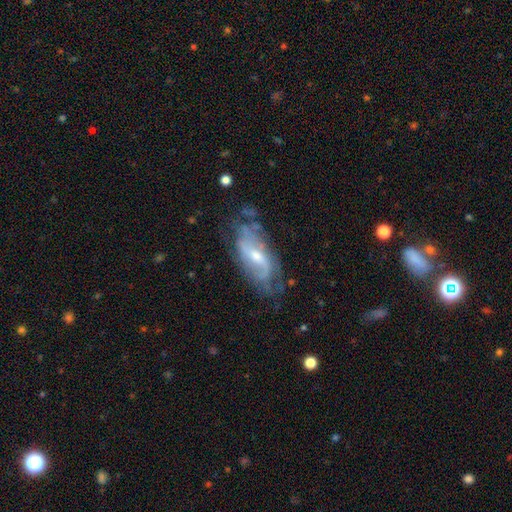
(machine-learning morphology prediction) Smooth or featured: featured or disk — 75% (smooth — 17%)
Edge-on disk: no — 89% (yes — 11%)
Bar: weak — 50% (no — 28%)
Spiral arms: yes — 84% (no — 16%)
Spiral winding: medium — 38% (loose — 36%)
Spiral arm count: 2 — 59% (can't tell — 28%)
Bulge size: moderate — 50% (small — 44%)
Merging: none — 60% (minor disturbance — 25%)